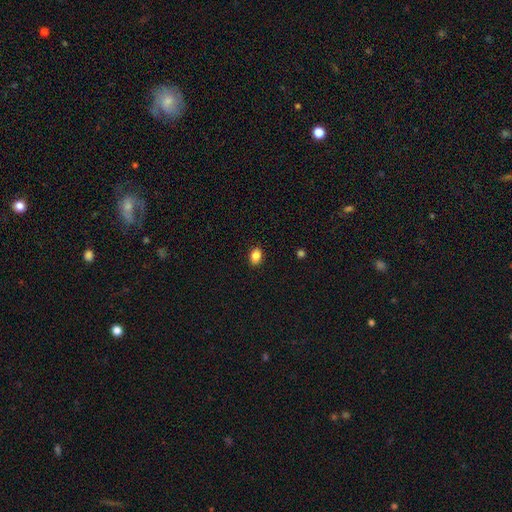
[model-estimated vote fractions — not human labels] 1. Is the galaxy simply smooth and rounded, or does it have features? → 87% smooth, 9% star or artifact, 4% featured or disk.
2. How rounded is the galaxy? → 75% in between, 23% round, 1% cigar-shaped.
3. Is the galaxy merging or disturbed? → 90% none, 7% minor disturbance, 2% major disturbance, 1% merger.